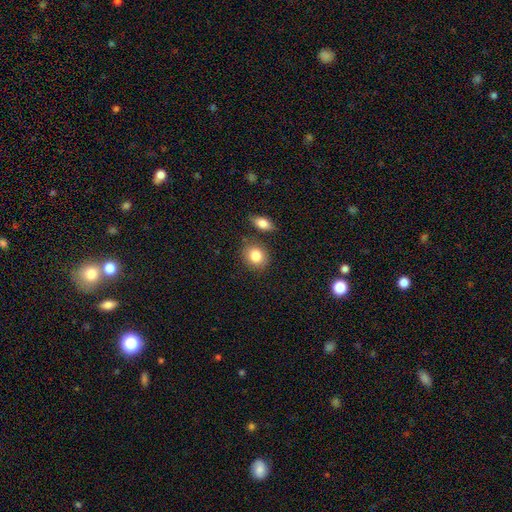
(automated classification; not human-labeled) Smooth or featured?
  - smooth: 84% *
  - star or artifact: 8%
  - featured or disk: 8%
How rounded?
  - round: 63% *
  - in between: 36%
  - cigar-shaped: 1%
Merging?
  - none: 79% *
  - minor disturbance: 11%
  - merger: 8%
  - major disturbance: 3%